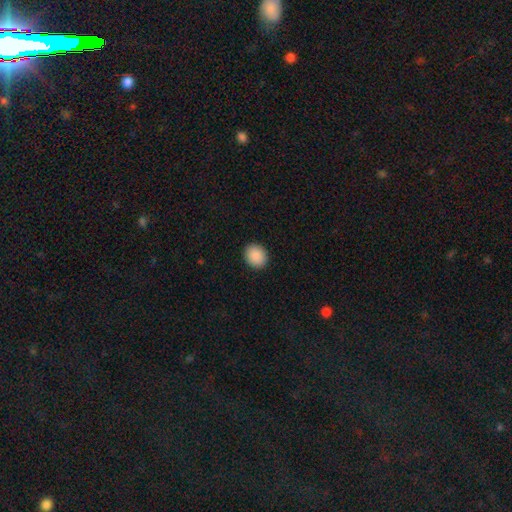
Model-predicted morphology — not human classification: Q: Smooth or featured?
A: smooth (90%); runner-up: star or artifact (7%)
Q: How rounded?
A: round (69%); runner-up: in between (30%)
Q: Merging?
A: none (92%); runner-up: minor disturbance (6%)